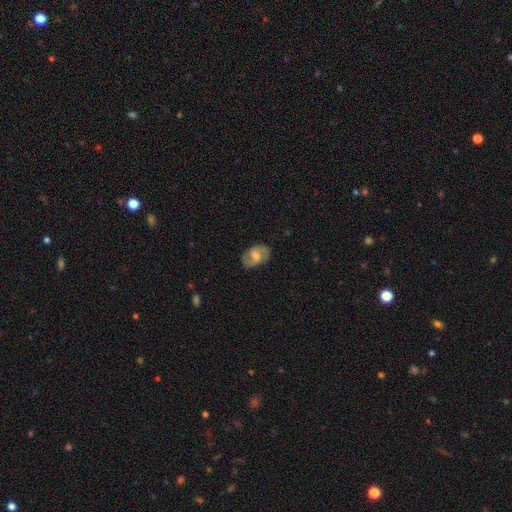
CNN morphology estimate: featured or disk 67%, smooth 27%, star or artifact 6%. Down the decision tree: edge-on disk — no (96%); bar — weak (51%); spiral arms — yes (83%); spiral arm count — 2 (87%); spiral winding — medium (49%); bulge size — moderate (59%); merging — none (82%).